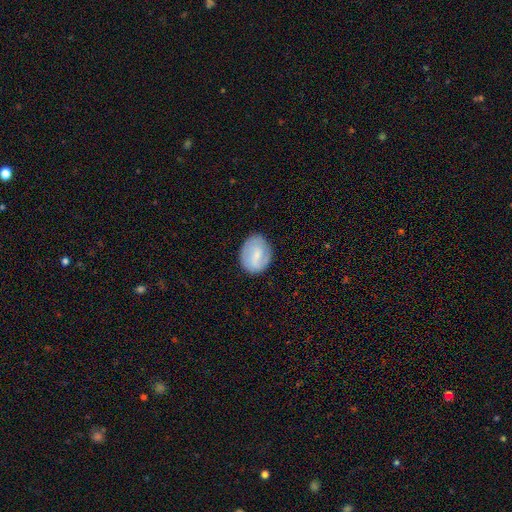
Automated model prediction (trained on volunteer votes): smooth_or_featured: featured or disk (p=0.48) [alt: smooth p=0.46]
merging: none (p=0.81) [alt: minor disturbance p=0.14]